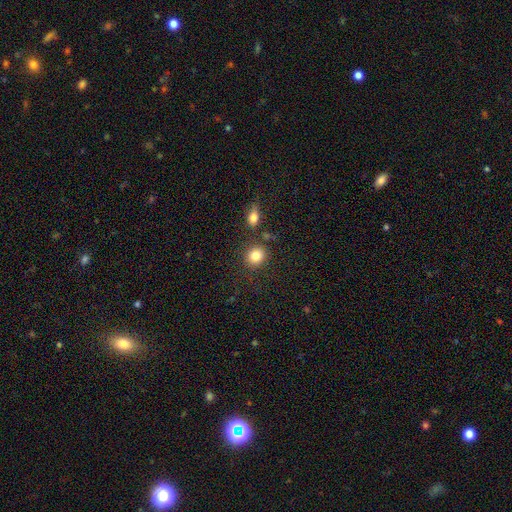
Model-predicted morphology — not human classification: Smooth or featured?
  - smooth: 83% *
  - star or artifact: 10%
  - featured or disk: 7%
How rounded?
  - round: 76% *
  - in between: 23%
  - cigar-shaped: 1%
Merging?
  - none: 78% *
  - minor disturbance: 9%
  - merger: 9%
  - major disturbance: 3%